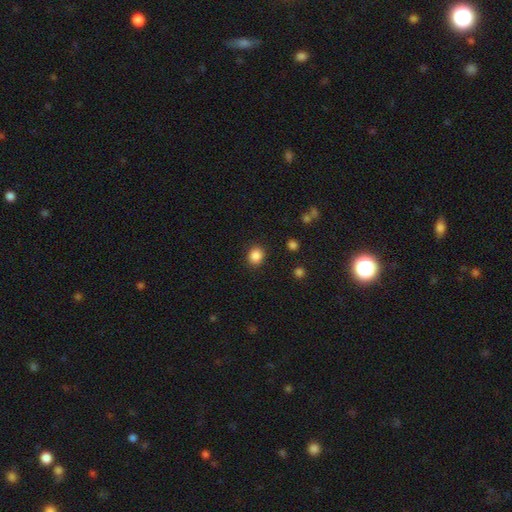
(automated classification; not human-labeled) Smooth or featured?
  - smooth: 87% *
  - star or artifact: 10%
  - featured or disk: 3%
How rounded?
  - round: 69% *
  - in between: 30%
  - cigar-shaped: 1%
Merging?
  - none: 88% *
  - minor disturbance: 8%
  - major disturbance: 3%
  - merger: 1%